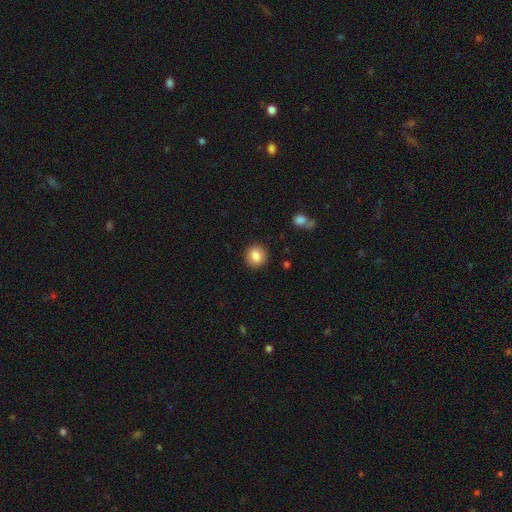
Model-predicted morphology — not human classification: Q: Smooth or featured?
A: smooth (85%); runner-up: star or artifact (9%)
Q: How rounded?
A: round (85%); runner-up: in between (14%)
Q: Merging?
A: none (90%); runner-up: minor disturbance (7%)